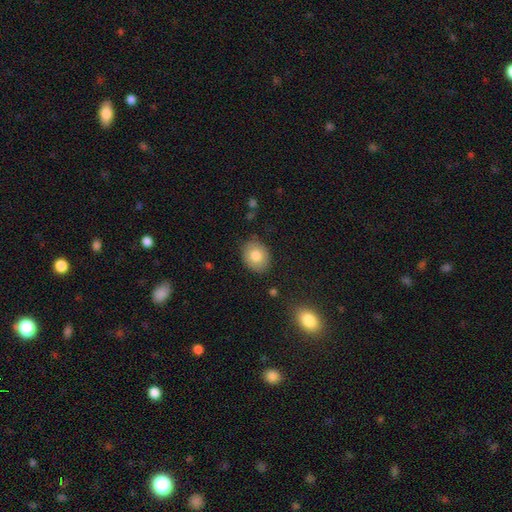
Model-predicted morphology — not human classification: smooth_or_featured: smooth (p=0.79) [alt: featured or disk p=0.13]
how_rounded: in between (p=0.54) [alt: round p=0.45]
merging: none (p=0.84) [alt: minor disturbance p=0.12]